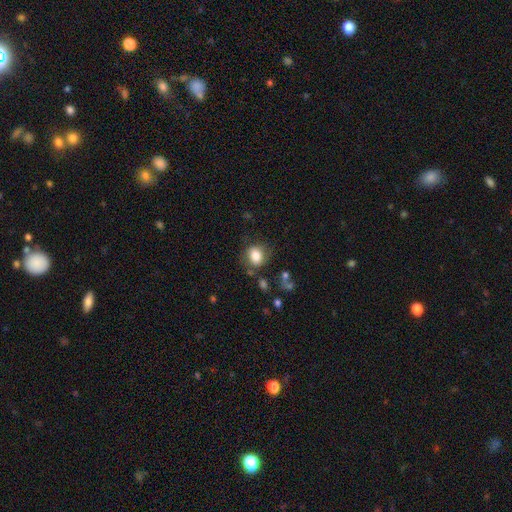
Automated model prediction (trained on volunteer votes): smooth-or-featured: smooth: 81% | featured or disk: 9% | star or artifact: 9%
  how-rounded: round: 56% | in between: 43% | cigar-shaped: 1%
  merging: none: 70% | minor disturbance: 18% | major disturbance: 7% | merger: 4%